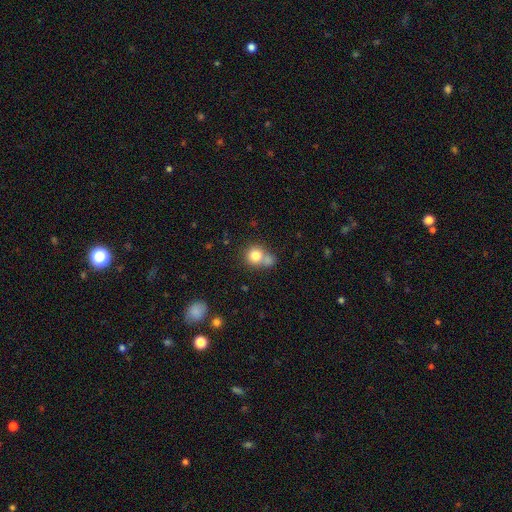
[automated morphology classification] A smooth galaxy with no disk features (79%) that is round (84%). Merging: none (44%).